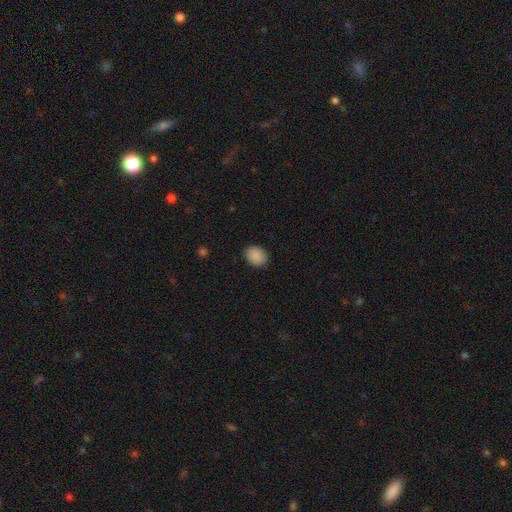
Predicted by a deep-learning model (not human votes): Smooth or featured? smooth (89%)
How rounded? in between (52%)
Merging? none (87%)